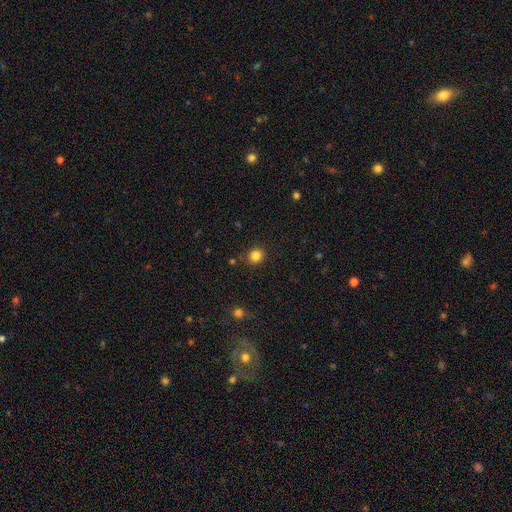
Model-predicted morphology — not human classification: smooth_or_featured: smooth (p=0.83) [alt: star or artifact p=0.12]
how_rounded: round (p=0.87) [alt: in between p=0.12]
merging: none (p=0.87) [alt: minor disturbance p=0.08]